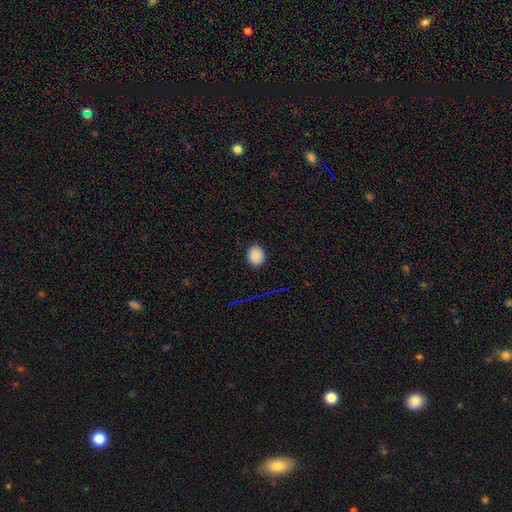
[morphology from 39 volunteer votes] smooth_or_featured: smooth (p=0.85) [alt: star or artifact p=0.13]
how_rounded: round (p=0.58) [alt: in between p=0.42]
merging: none (p=0.97) [alt: minor disturbance p=0.03]